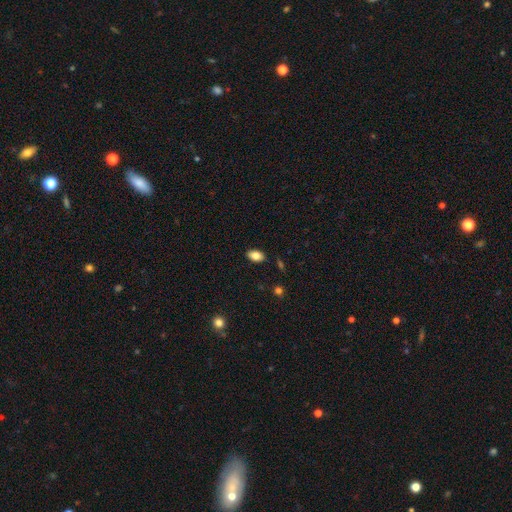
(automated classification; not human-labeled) Overall: smooth (83%). How rounded: in between (89%). Merging: none (86%).